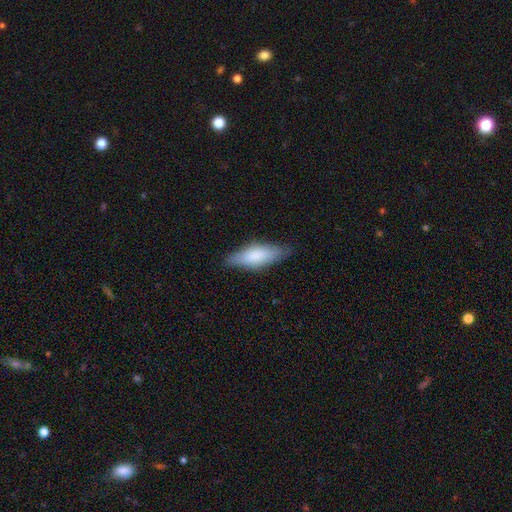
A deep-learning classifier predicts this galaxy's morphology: smooth_or_featured: smooth (p=0.78) [alt: featured or disk p=0.17]
how_rounded: in between (p=0.65) [alt: cigar-shaped p=0.33]
merging: none (p=0.76) [alt: minor disturbance p=0.19]